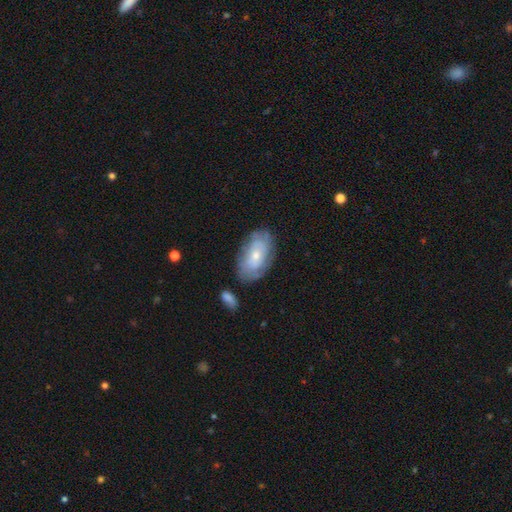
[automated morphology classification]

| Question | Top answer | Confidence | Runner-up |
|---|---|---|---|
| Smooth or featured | featured or disk | 51% | smooth (42%) |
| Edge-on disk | no | 92% | yes (8%) |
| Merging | none | 71% | minor disturbance (19%) |